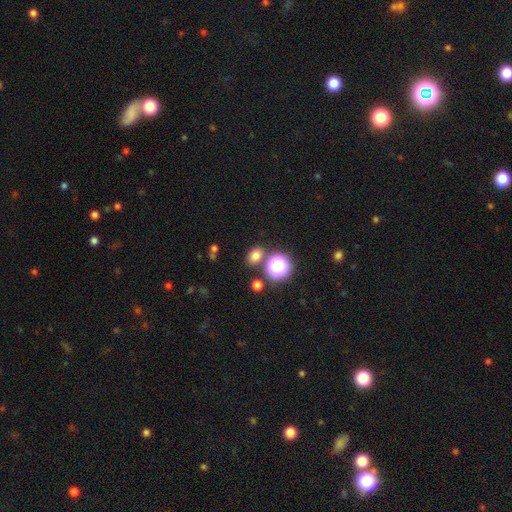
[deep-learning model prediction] Morphology: type=smooth (73%); roundness=in between (59%); merging=none (78%).